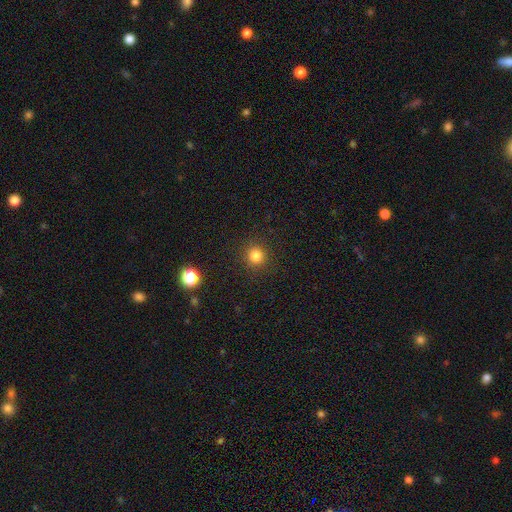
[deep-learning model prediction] Smooth or featured?
  - smooth: 82% *
  - star or artifact: 13%
  - featured or disk: 5%
How rounded?
  - round: 93% *
  - in between: 6%
  - cigar-shaped: 1%
Merging?
  - none: 91% *
  - minor disturbance: 6%
  - major disturbance: 2%
  - merger: 1%